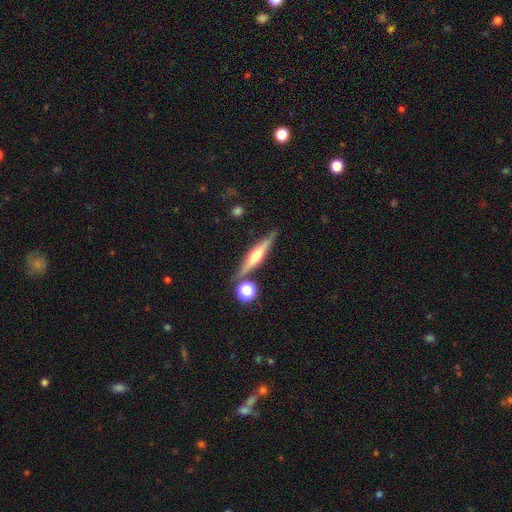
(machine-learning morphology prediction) type=featured or disk (64%); edge-on=yes (96%); edge-on bulge=rounded (80%); merging=none (80%).